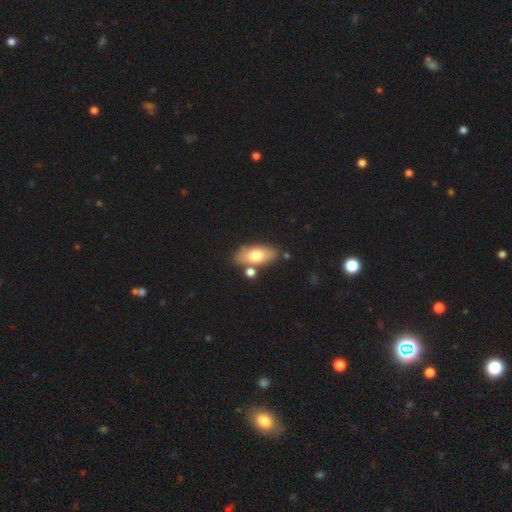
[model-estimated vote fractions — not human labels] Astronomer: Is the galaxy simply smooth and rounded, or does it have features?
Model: smooth — 67%.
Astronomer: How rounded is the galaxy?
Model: in between — 80%.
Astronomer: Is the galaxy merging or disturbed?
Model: none — 75%.